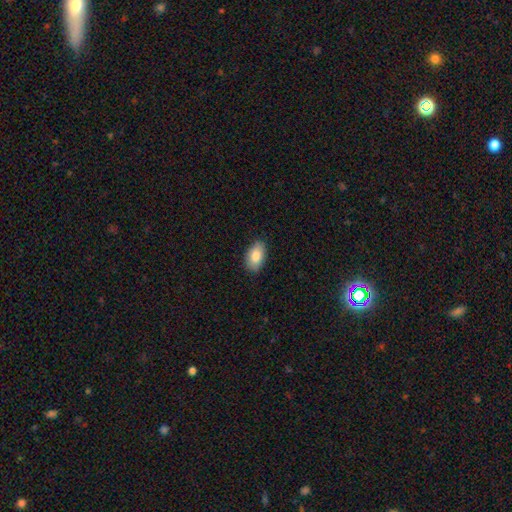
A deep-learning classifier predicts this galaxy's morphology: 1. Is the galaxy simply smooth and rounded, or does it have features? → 84% smooth, 9% featured or disk, 7% star or artifact.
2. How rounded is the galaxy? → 92% in between, 6% round, 1% cigar-shaped.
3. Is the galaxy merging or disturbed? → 86% none, 11% minor disturbance, 2% major disturbance, 1% merger.